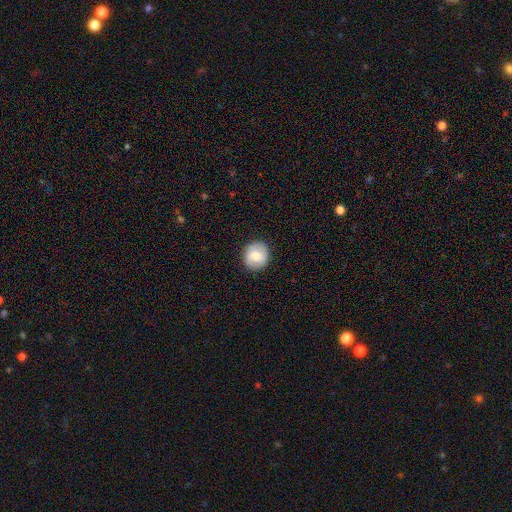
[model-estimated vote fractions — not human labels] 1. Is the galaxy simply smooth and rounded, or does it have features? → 67% smooth, 25% featured or disk, 7% star or artifact.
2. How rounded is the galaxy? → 84% round, 15% in between, 1% cigar-shaped.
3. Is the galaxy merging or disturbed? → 89% none, 8% minor disturbance, 2% major disturbance, 1% merger.